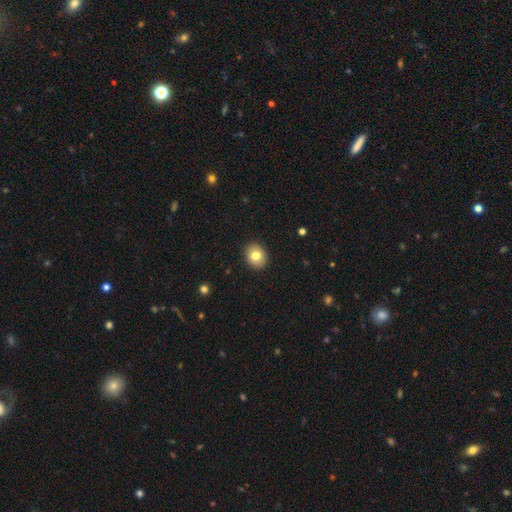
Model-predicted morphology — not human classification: The model was most divided on "how rounded": round: 61%, in between: 38%, cigar-shaped: 1%. More confident: merging — none (91%); smooth or featured — smooth (78%).